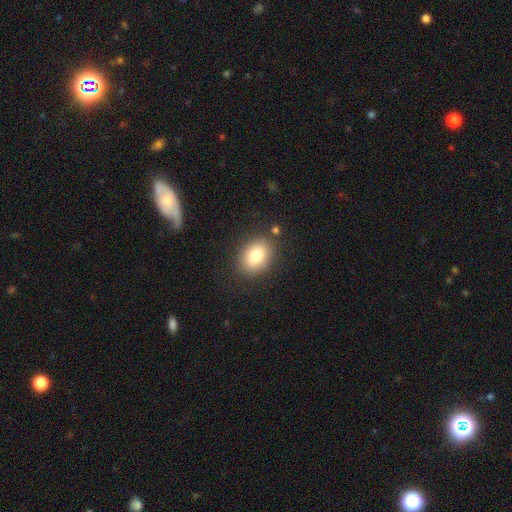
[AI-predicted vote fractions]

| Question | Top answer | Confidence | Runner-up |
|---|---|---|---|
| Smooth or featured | smooth | 81% | featured or disk (10%) |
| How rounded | in between | 66% | round (34%) |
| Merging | none | 84% | minor disturbance (10%) |